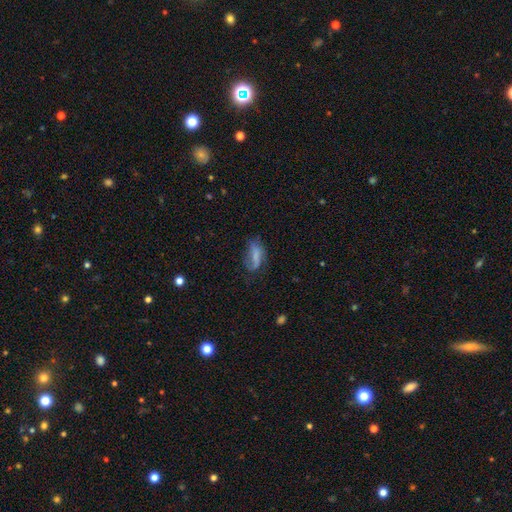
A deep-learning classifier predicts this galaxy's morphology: Smooth or featured? Predicted: smooth (p=0.60). How rounded? Predicted: in between (p=0.76). Merging? Predicted: none (p=0.40).